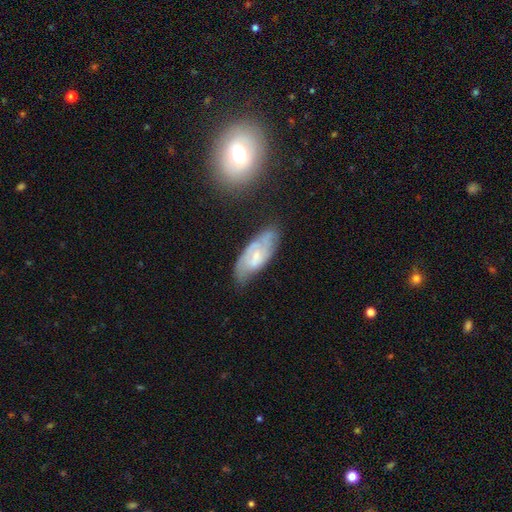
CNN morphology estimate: Smooth or featured? Predicted: featured or disk (p=0.67). Edge-on disk? Predicted: no (p=0.90). Bar? Predicted: no (p=0.53). Spiral arms? Predicted: yes (p=0.83). Spiral winding? Predicted: tight (p=0.46). Spiral arm count? Predicted: 2 (p=0.44). Bulge size? Predicted: small (p=0.63). Merging? Predicted: none (p=0.64).